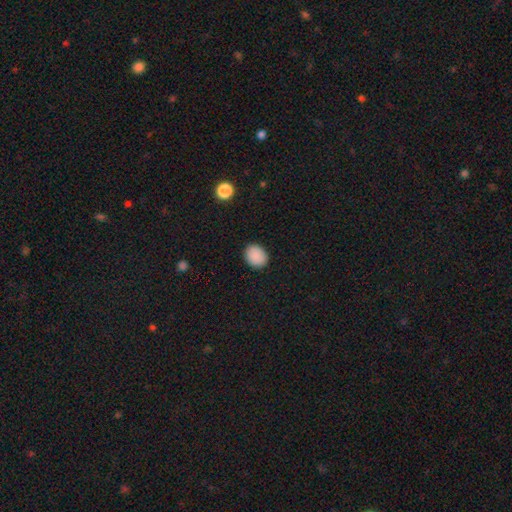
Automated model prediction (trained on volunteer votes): Smooth or featured: smooth — 89% (star or artifact — 9%)
How rounded: round — 52% (in between — 47%)
Merging: none — 89% (minor disturbance — 8%)